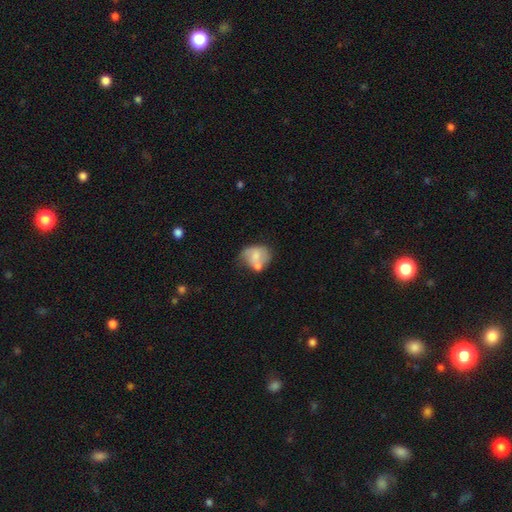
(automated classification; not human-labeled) smooth_or_featured: smooth (p=0.57) [alt: featured or disk p=0.35]
how_rounded: in between (p=0.51) [alt: round p=0.48]
merging: merger (p=0.34) [alt: none p=0.30]